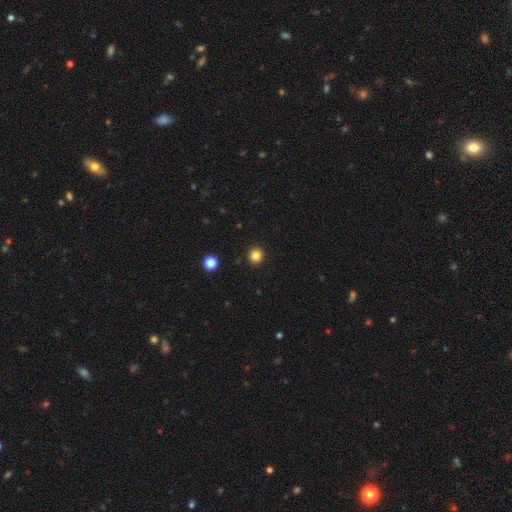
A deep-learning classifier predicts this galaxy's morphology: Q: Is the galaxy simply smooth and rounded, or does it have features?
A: smooth — 84%.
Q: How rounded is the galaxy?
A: round — 95%.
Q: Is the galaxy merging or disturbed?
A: none — 93%.